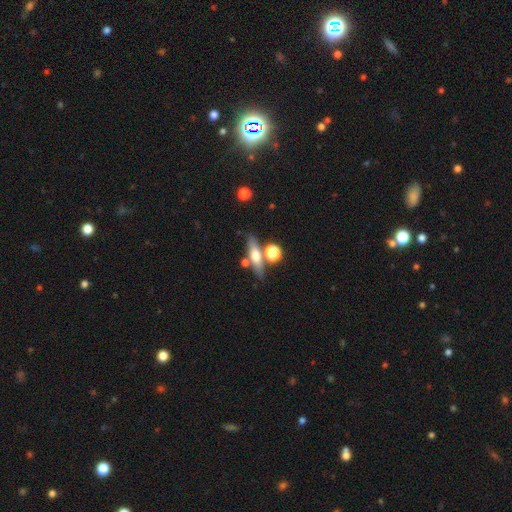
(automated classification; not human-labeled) Overall: smooth (49%; featured or disk 43%). Merging: none (69%).